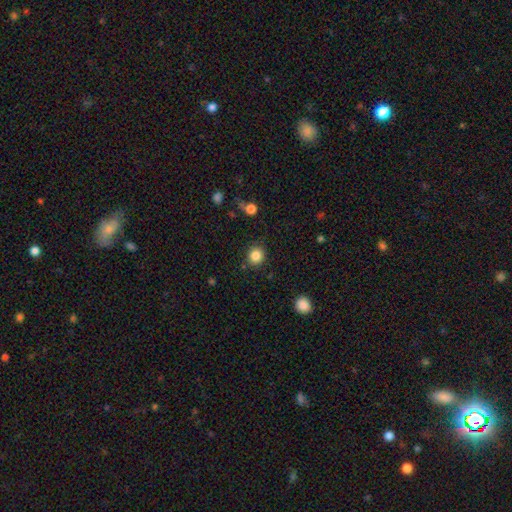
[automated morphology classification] This is clearly a smooth galaxy (85%). How rounded: clearly round (87%). Merging: clearly none (86%).